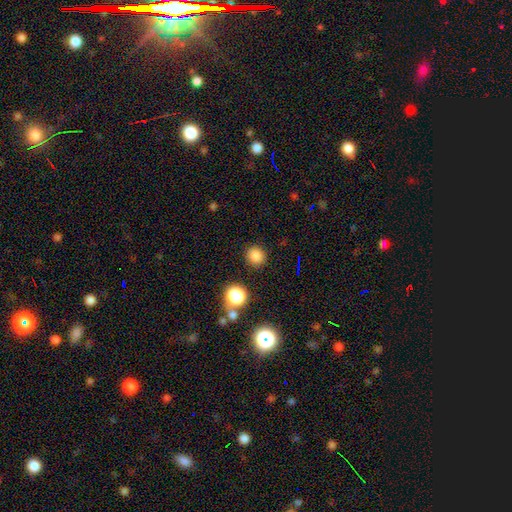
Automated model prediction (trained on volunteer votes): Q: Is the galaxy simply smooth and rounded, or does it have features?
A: smooth — 81%.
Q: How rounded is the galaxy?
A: round — 85%.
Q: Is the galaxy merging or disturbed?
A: none — 88%.